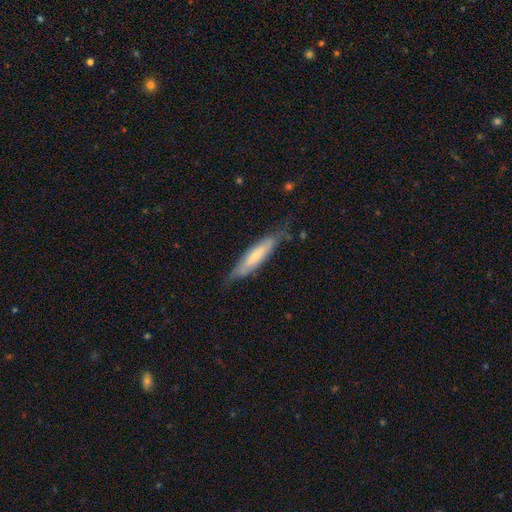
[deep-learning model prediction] smooth-or-featured: smooth: 55% | featured or disk: 39% | star or artifact: 6%
  how-rounded: cigar-shaped: 79% | in between: 19% | round: 1%
  merging: none: 67% | minor disturbance: 25% | major disturbance: 7% | merger: 2%